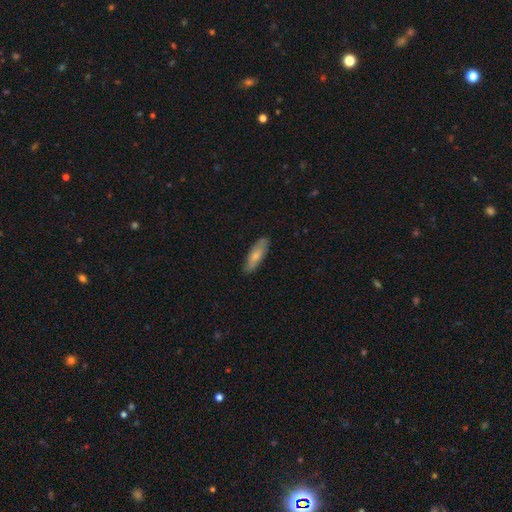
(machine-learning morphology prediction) Q: Smooth or featured?
A: smooth (74%); runner-up: featured or disk (20%)
Q: How rounded?
A: cigar-shaped (52%); runner-up: in between (46%)
Q: Merging?
A: none (86%); runner-up: minor disturbance (11%)